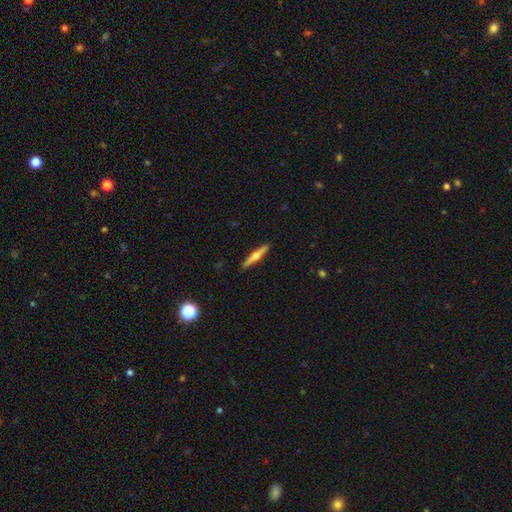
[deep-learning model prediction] Smooth or featured: featured or disk — 62% (smooth — 33%)
Edge-on disk: yes — 97% (no — 3%)
Edge-on bulge: rounded — 92% (none — 5%)
Merging: none — 91% (minor disturbance — 6%)